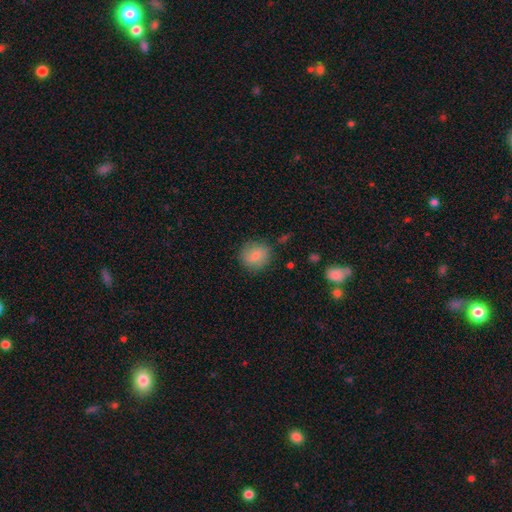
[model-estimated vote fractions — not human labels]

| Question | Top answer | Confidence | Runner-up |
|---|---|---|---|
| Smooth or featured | smooth | 80% | featured or disk (11%) |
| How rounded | round | 84% | in between (14%) |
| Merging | none | 81% | minor disturbance (13%) |